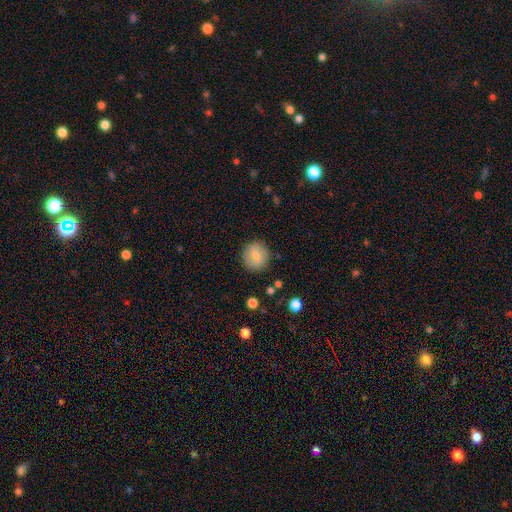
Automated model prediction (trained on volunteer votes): Overall: smooth (73%). How rounded: round (89%). Merging: none (88%).